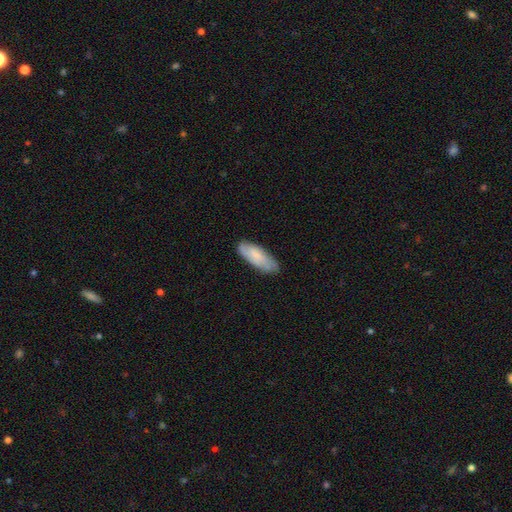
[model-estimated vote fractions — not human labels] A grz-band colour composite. It shows a smooth galaxy with no disk features (69%) that is in between round and cigar-shaped (67%). Merging: none (77%).